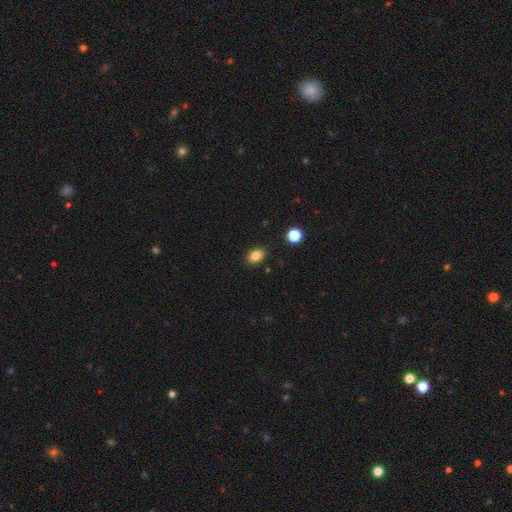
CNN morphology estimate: smooth 84%, star or artifact 10%, featured or disk 6%. Down the decision tree: how rounded — in between (77%); merging — none (87%).